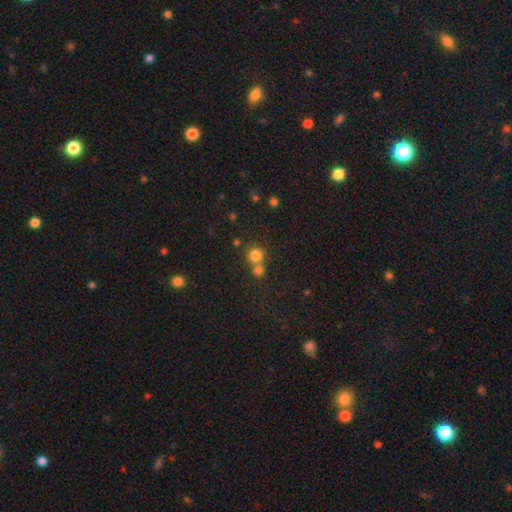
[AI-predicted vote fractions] This is likely a smooth galaxy (78%). How rounded: clearly round (91%). Merging: possibly none (53%).